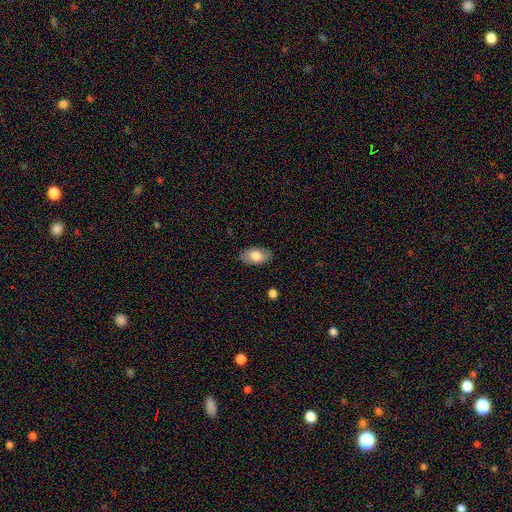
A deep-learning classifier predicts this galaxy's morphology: Smooth or featured? Predicted: smooth (p=0.77). How rounded? Predicted: in between (p=0.94). Merging? Predicted: none (p=0.85).